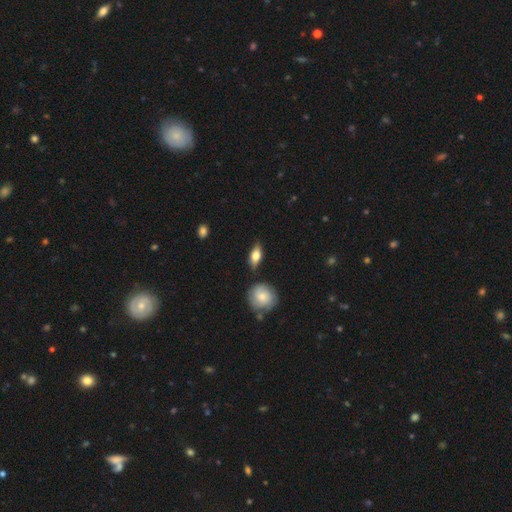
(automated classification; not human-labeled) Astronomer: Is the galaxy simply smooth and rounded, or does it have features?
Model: smooth — 63%.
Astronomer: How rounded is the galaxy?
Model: in between — 76%.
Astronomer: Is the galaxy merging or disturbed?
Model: none — 80%.